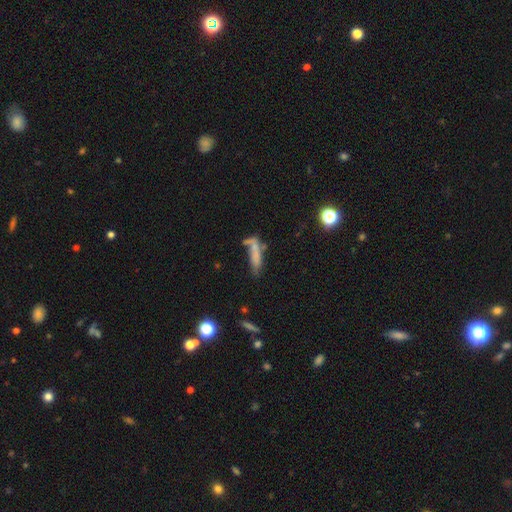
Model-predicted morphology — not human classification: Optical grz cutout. It shows a smooth galaxy with no disk features (55%) that is cigar-shaped (72%). Merging: none (37%).